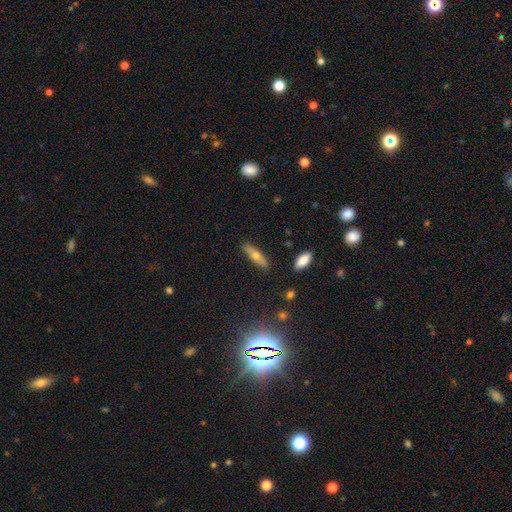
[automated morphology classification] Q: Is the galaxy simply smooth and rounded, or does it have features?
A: smooth — 50%.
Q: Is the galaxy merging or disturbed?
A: none — 85%.